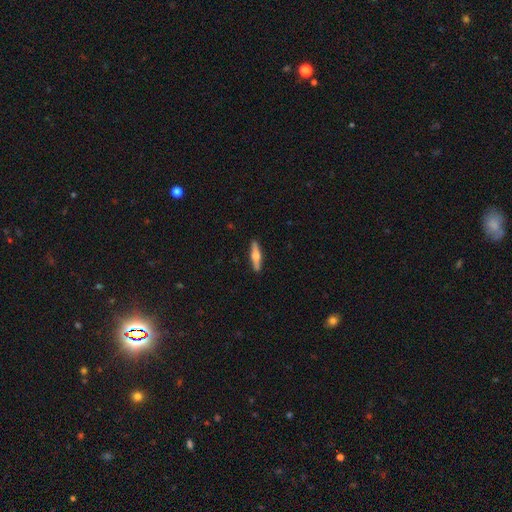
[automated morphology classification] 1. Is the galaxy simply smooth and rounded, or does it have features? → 57% featured or disk, 37% smooth, 5% star or artifact.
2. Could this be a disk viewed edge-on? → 96% yes, 4% no.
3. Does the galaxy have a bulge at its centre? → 92% rounded, 6% boxy, 3% none.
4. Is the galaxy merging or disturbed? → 90% none, 8% minor disturbance, 2% major disturbance, 1% merger.